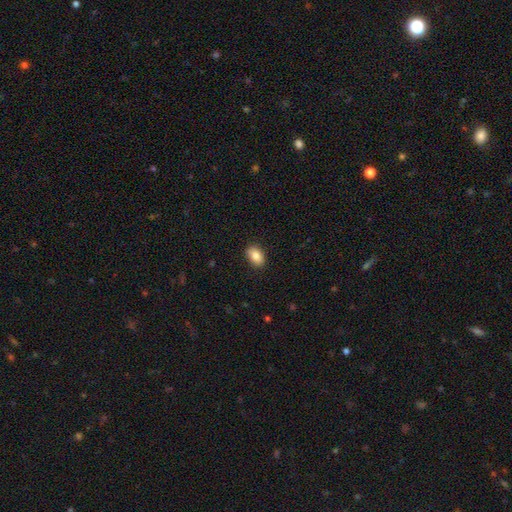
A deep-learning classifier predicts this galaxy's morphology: Smooth or featured? Predicted: smooth (p=0.84). How rounded? Predicted: in between (p=0.86). Merging? Predicted: none (p=0.89).